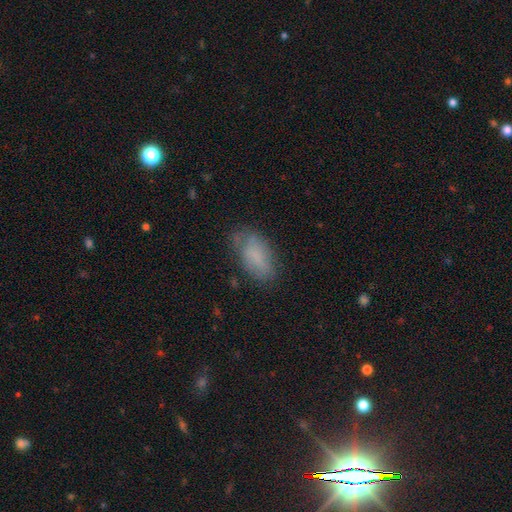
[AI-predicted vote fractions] The model was most divided on "merging": none: 64%, minor disturbance: 25%, major disturbance: 9%, merger: 2%. More confident: how rounded — in between (91%); smooth or featured — smooth (74%).